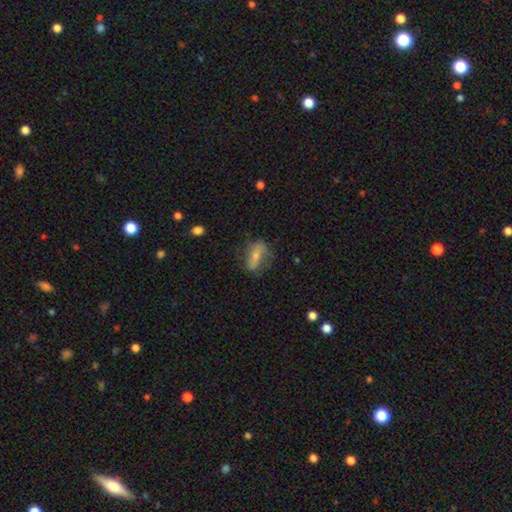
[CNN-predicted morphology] smooth 52%, featured or disk 40%, star or artifact 8%. Down the decision tree: how rounded — in between (77%); merging — none (59%).